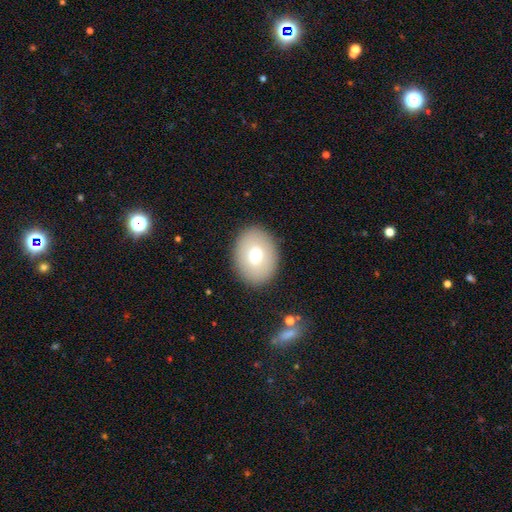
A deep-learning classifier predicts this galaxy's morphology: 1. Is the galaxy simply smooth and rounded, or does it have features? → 71% smooth, 20% featured or disk, 9% star or artifact.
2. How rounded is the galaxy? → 64% in between, 35% round, 1% cigar-shaped.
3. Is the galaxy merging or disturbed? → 89% none, 7% minor disturbance, 2% major disturbance, 1% merger.